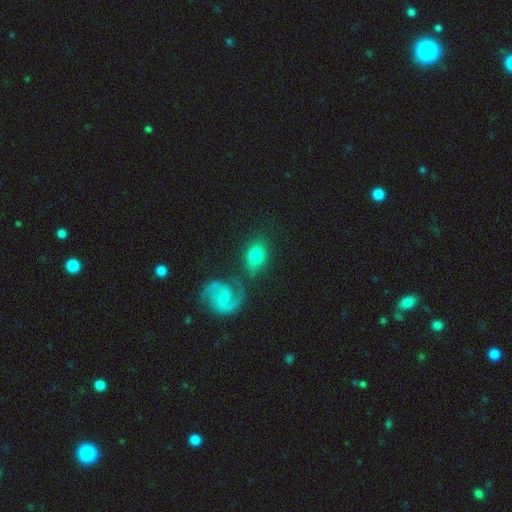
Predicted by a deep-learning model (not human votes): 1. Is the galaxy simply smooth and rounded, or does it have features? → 63% smooth, 28% featured or disk, 9% star or artifact.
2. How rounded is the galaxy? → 74% in between, 24% round, 2% cigar-shaped.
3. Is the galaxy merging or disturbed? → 62% none, 18% merger, 14% minor disturbance, 6% major disturbance.